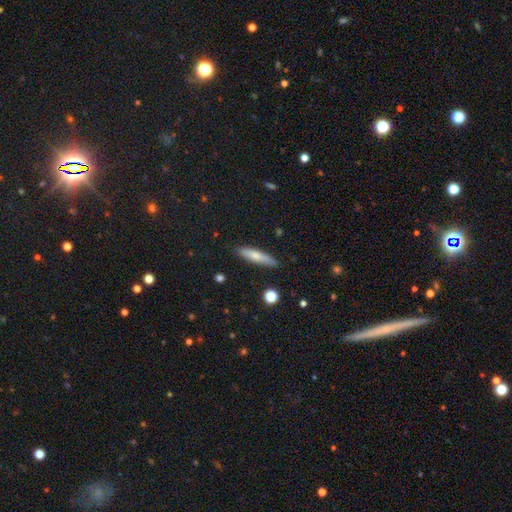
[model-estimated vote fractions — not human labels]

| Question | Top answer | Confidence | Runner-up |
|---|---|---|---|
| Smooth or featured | smooth | 70% | featured or disk (23%) |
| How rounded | cigar-shaped | 80% | in between (18%) |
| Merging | none | 86% | minor disturbance (10%) |